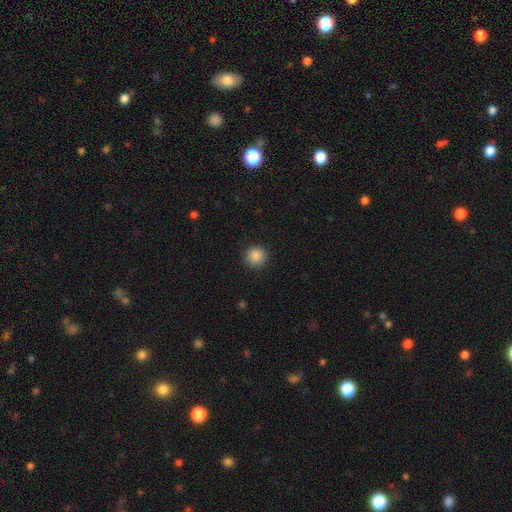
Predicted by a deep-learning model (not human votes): Smooth or featured? Predicted: smooth (p=0.87). How rounded? Predicted: round (p=0.95). Merging? Predicted: none (p=0.92).